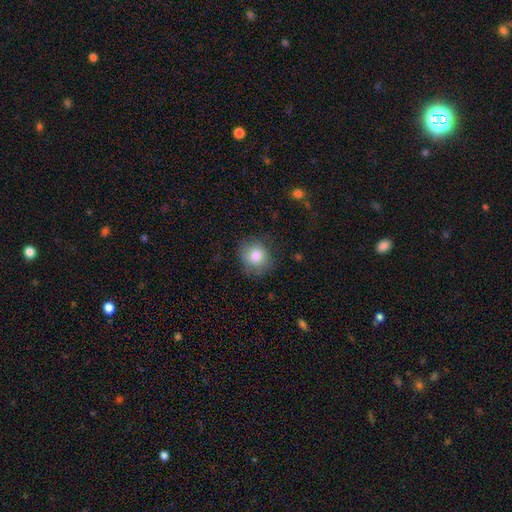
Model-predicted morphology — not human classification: The model was most divided on "how rounded": round: 76%, in between: 23%, cigar-shaped: 1%. More confident: smooth or featured — smooth (81%); merging — none (75%).